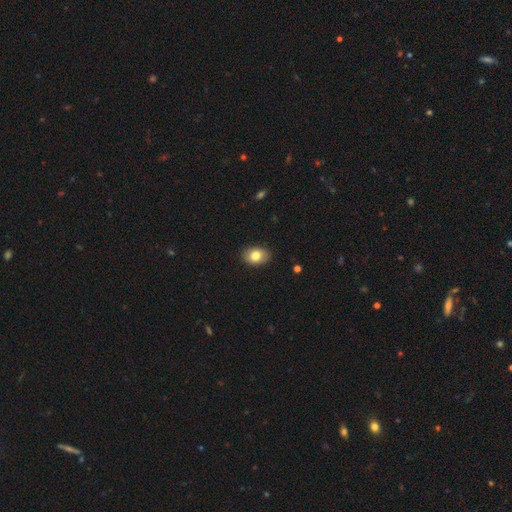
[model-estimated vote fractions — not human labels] smooth 80%, featured or disk 12%, star or artifact 8%. Down the decision tree: how rounded — in between (76%); merging — none (89%).